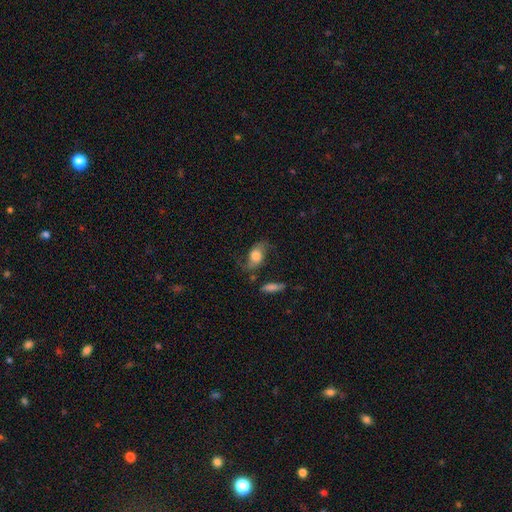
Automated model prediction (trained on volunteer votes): Q: Smooth or featured?
A: featured or disk (49%); runner-up: smooth (43%)
Q: Merging?
A: none (58%); runner-up: minor disturbance (22%)